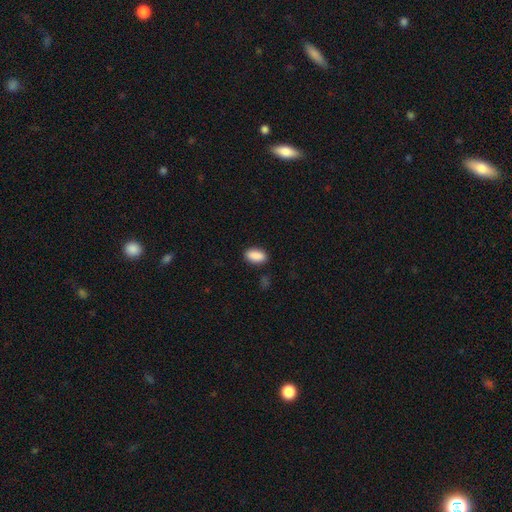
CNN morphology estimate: Smooth or featured? Predicted: smooth (p=0.90). How rounded? Predicted: in between (p=0.93). Merging? Predicted: none (p=0.88).